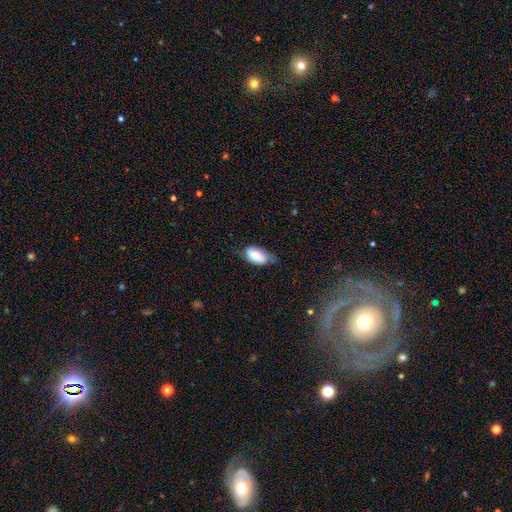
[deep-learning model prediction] Morphology: type=smooth (70%); roundness=in between (93%); merging=none (44%).